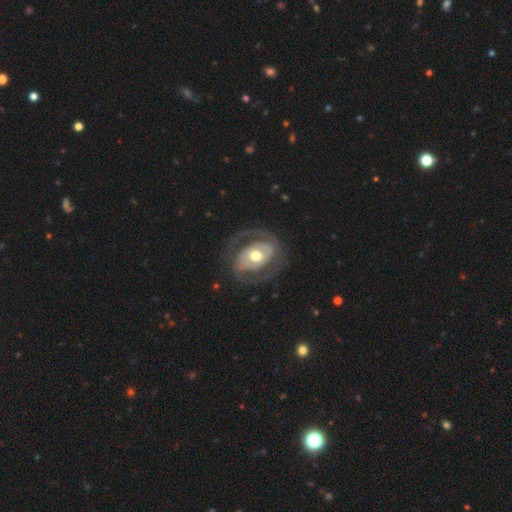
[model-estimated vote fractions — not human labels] featured or disk 79%, smooth 17%, star or artifact 4%. Down the decision tree: edge-on disk — no (96%); bar — no (58%); spiral arms — yes (75%); spiral arm count — 2 (79%); spiral winding — tight (41%); bulge size — moderate (71%); merging — none (72%).